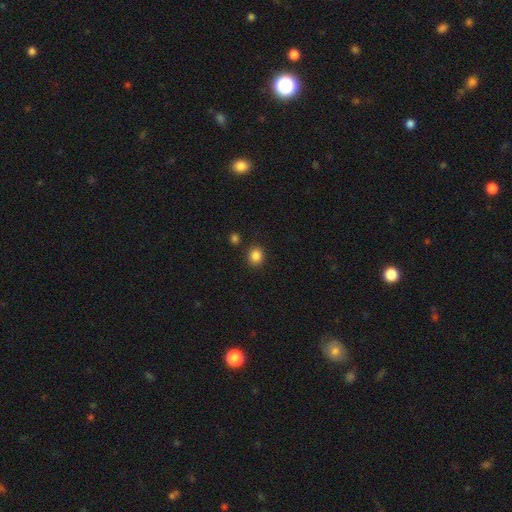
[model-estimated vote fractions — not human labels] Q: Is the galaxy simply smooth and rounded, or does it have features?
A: smooth — 86%.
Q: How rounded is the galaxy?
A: round — 79%.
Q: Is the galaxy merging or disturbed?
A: none — 87%.